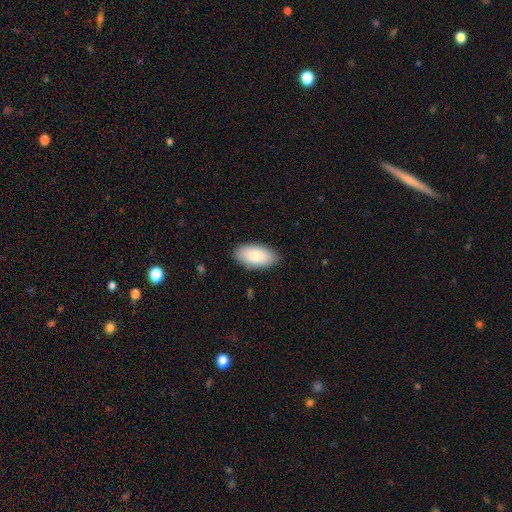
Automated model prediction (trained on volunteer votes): Smooth or featured? Predicted: smooth (p=0.83). How rounded? Predicted: in between (p=0.95). Merging? Predicted: none (p=0.87).